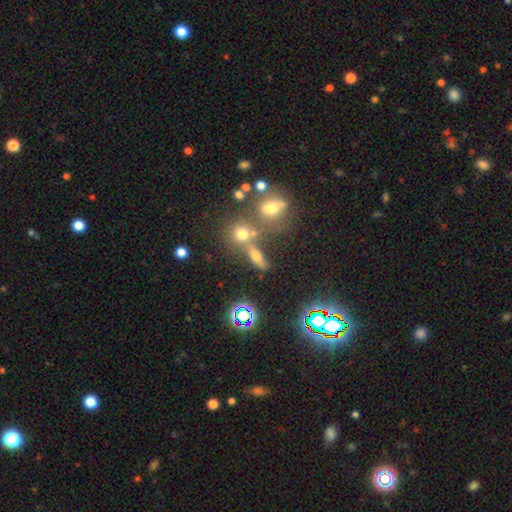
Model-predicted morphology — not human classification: type=smooth (55%); roundness=in between (44%); merging=none (55%).